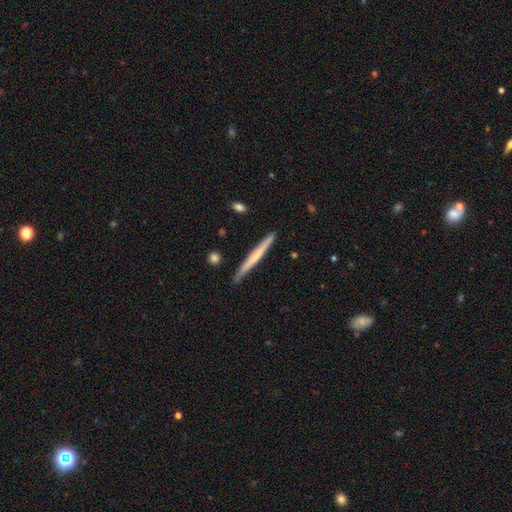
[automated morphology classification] smooth_or_featured: featured or disk (p=0.52) [alt: smooth p=0.43]
disk_edge_on: yes (p=0.97) [alt: no p=0.03]
edge_on_bulge: none (p=0.55) [alt: rounded p=0.40]
merging: none (p=0.88) [alt: minor disturbance p=0.09]